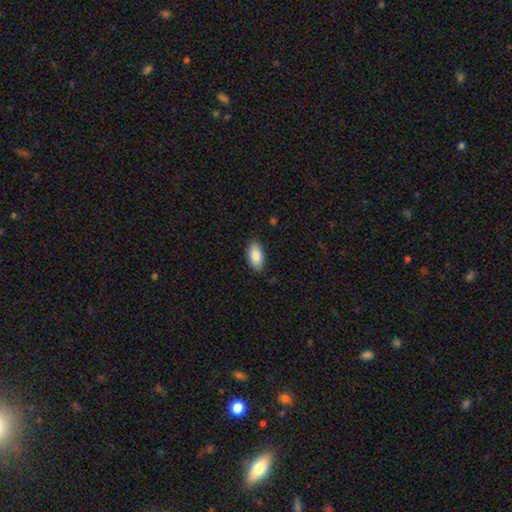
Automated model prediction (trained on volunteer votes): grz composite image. It shows a smooth galaxy with no disk features (86%) that is in between round and cigar-shaped (92%). Merging: none (86%).